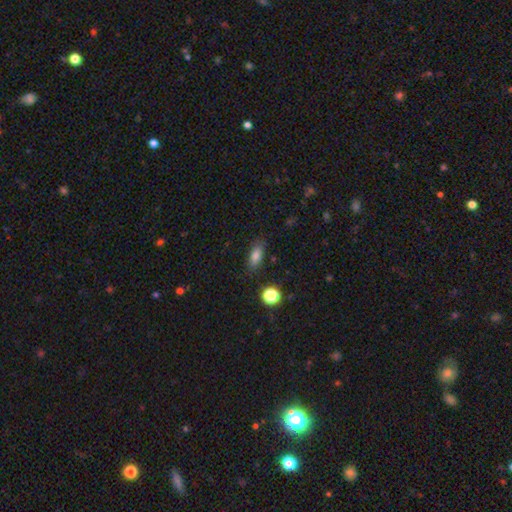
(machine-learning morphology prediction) Smooth or featured? smooth (79%)
How rounded? in between (74%)
Merging? none (83%)